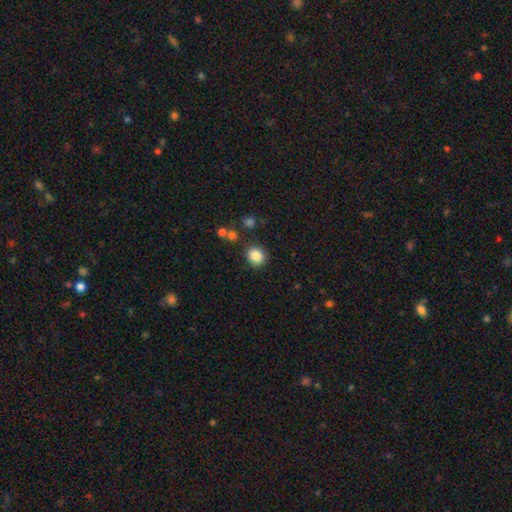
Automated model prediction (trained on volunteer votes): The model was most divided on "how rounded": round: 71%, in between: 28%, cigar-shaped: 1%. More confident: smooth or featured — smooth (86%); merging — none (83%).